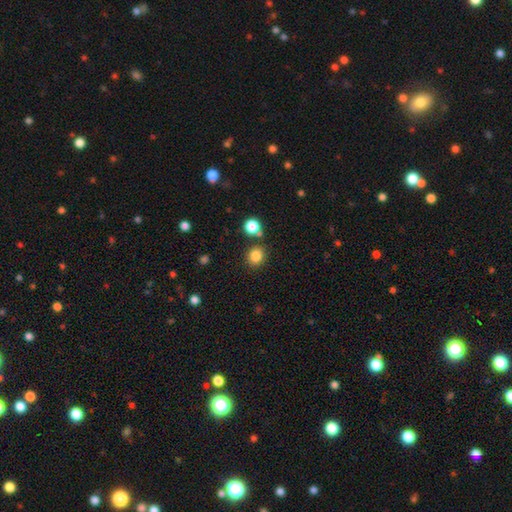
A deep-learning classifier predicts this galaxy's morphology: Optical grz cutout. It shows a smooth galaxy with no disk features (83%) that is round (78%). Merging: none (80%).